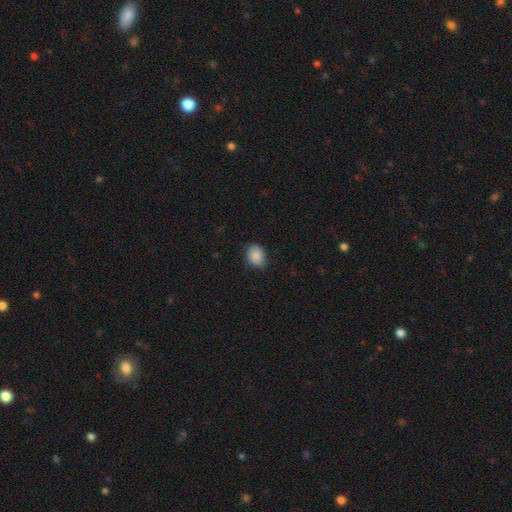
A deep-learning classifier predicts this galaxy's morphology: Q: Smooth or featured?
A: smooth (88%); runner-up: star or artifact (8%)
Q: How rounded?
A: in between (59%); runner-up: round (40%)
Q: Merging?
A: none (78%); runner-up: minor disturbance (18%)